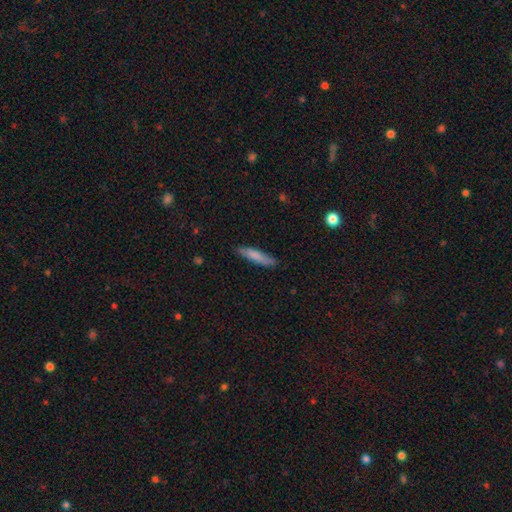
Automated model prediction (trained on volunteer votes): The model was most divided on "smooth or featured": smooth: 79%, featured or disk: 15%, star or artifact: 6%. More confident: how rounded — cigar-shaped (85%); merging — none (84%).